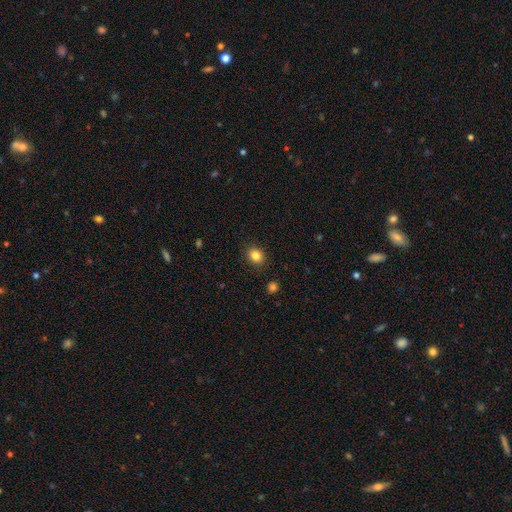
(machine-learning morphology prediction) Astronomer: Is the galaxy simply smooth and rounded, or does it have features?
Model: smooth — 84%.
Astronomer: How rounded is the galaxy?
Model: round — 57% (runner-up: in between, 42%).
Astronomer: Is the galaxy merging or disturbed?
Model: none — 89%.